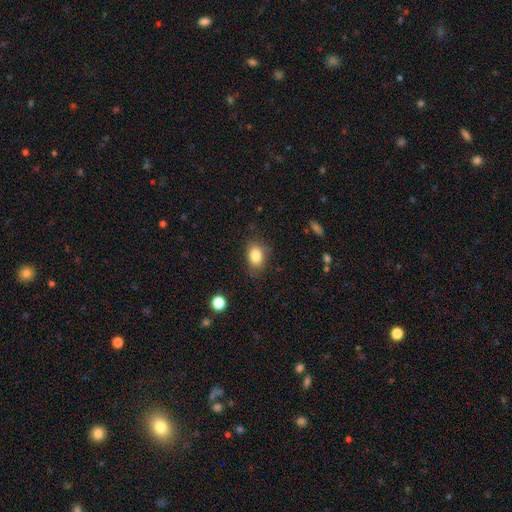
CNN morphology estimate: Smooth or featured?
  - smooth: 83% *
  - star or artifact: 9%
  - featured or disk: 7%
How rounded?
  - in between: 72% *
  - round: 26%
  - cigar-shaped: 1%
Merging?
  - none: 75% *
  - minor disturbance: 19%
  - major disturbance: 5%
  - merger: 2%